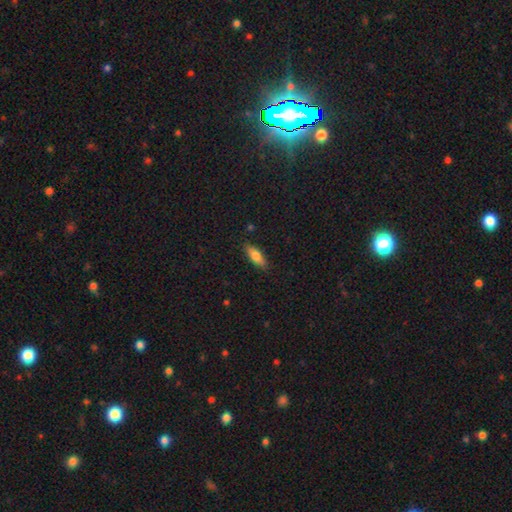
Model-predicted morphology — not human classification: This appears to be a smooth galaxy with no disk features (73%) that is in between round and cigar-shaped (63%). Merging: none (87%).